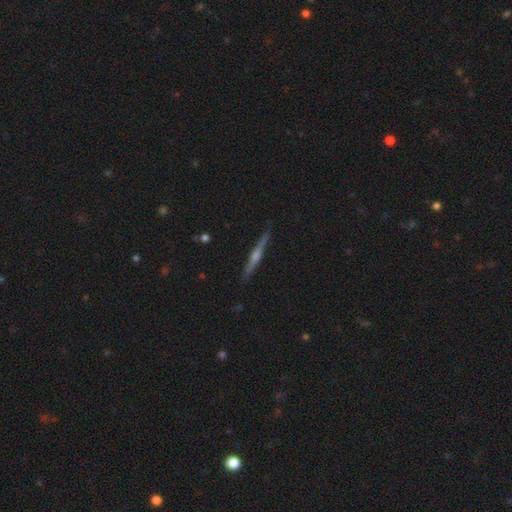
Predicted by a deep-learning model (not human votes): Overall: featured or disk (74%). Edge-on disk: yes (98%). Edge-on bulge: rounded (78%). Merging: none (91%).